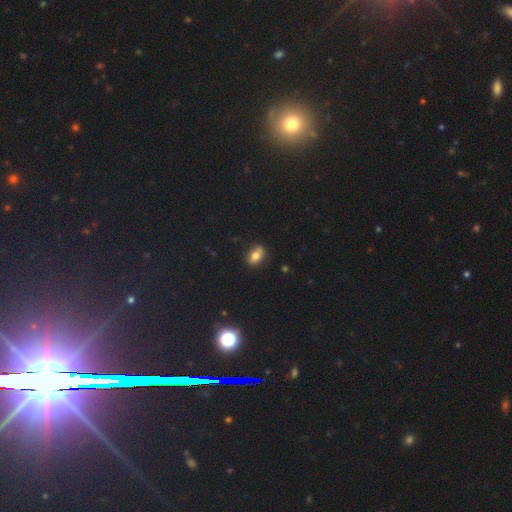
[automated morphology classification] This appears to be a smooth galaxy with no disk features (77%) that is in between round and cigar-shaped (80%). Merging: none (78%).